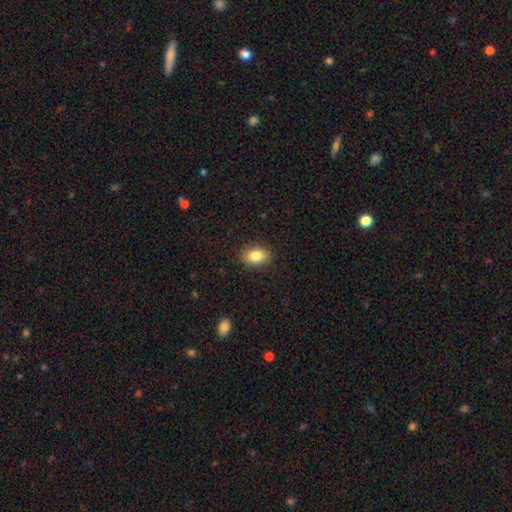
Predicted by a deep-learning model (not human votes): Smooth or featured: smooth — 83% (star or artifact — 9%)
How rounded: in between — 76% (round — 22%)
Merging: none — 89% (minor disturbance — 8%)